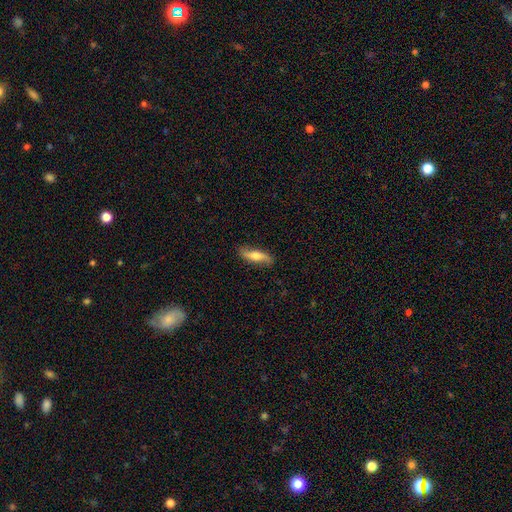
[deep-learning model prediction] The model was most divided on "smooth or featured": featured or disk: 50%, smooth: 45%, star or artifact: 6%. More confident: merging — none (82%).